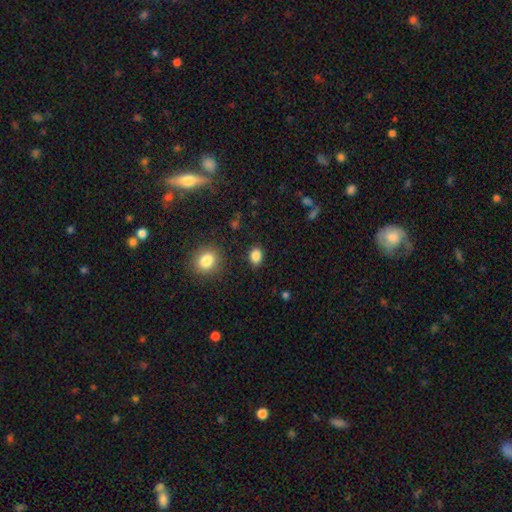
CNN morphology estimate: This is clearly a smooth galaxy (86%). How rounded: likely in between (61%). Merging: clearly none (86%).